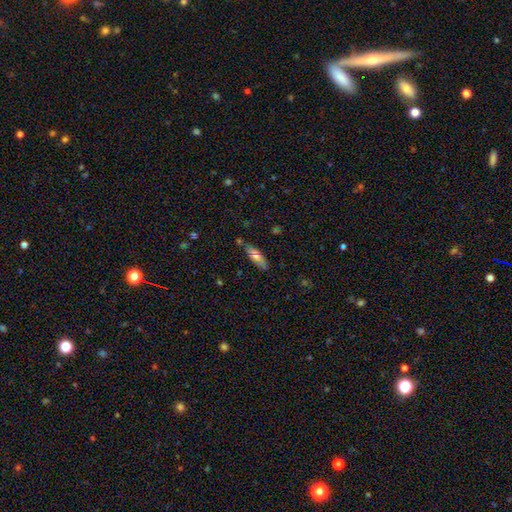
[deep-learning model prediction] smooth-or-featured: smooth: 65% | featured or disk: 27% | star or artifact: 7%
  how-rounded: in between: 59% | cigar-shaped: 38% | round: 2%
  merging: none: 74% | minor disturbance: 18% | merger: 5% | major disturbance: 3%